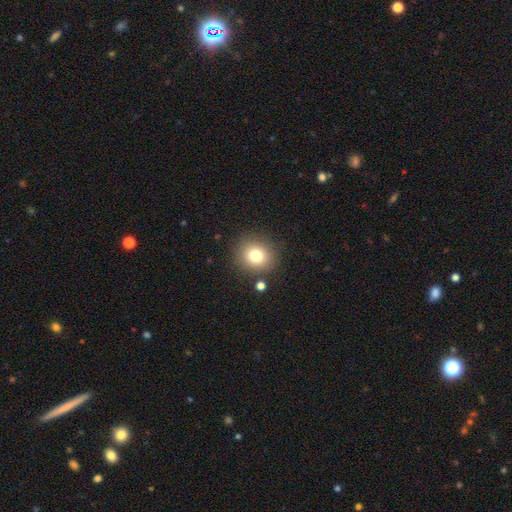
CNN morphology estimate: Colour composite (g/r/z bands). It shows a smooth galaxy with no disk features (77%) that is round (85%). Merging: none (85%).